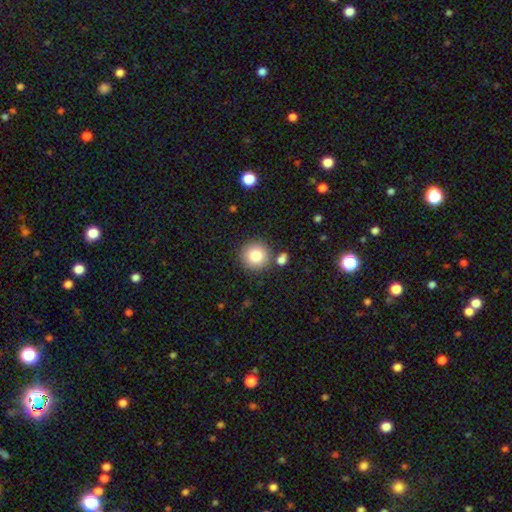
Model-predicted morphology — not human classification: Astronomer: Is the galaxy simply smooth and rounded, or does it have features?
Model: smooth — 82%.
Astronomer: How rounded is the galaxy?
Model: round — 94%.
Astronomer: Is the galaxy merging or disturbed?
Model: none — 81%.